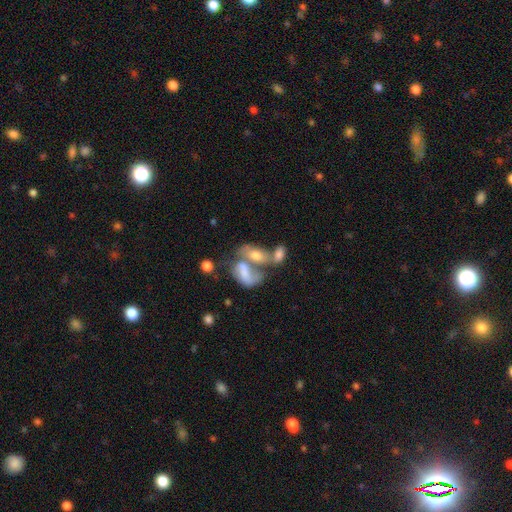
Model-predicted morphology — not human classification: Smooth or featured: featured or disk — 54% (smooth — 30%)
Edge-on disk: no — 92% (yes — 8%)
Merging: merger — 62% (none — 19%)